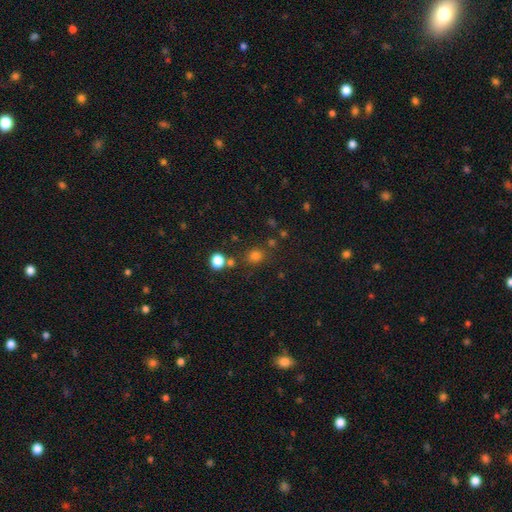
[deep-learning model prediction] Smooth or featured? Predicted: smooth (p=0.76). How rounded? Predicted: round (p=0.76). Merging? Predicted: none (p=0.77).